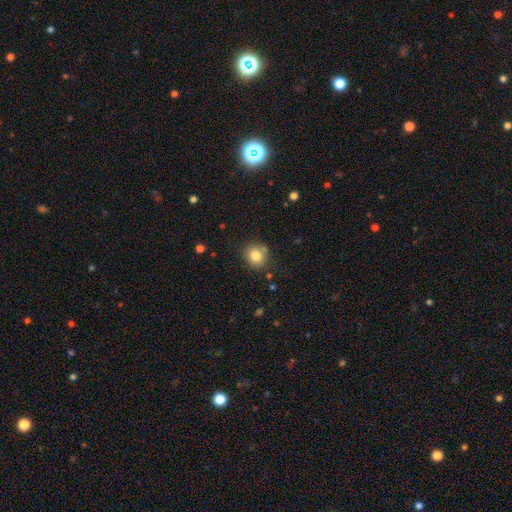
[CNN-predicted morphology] type=smooth (82%); roundness=round (80%); merging=none (77%).